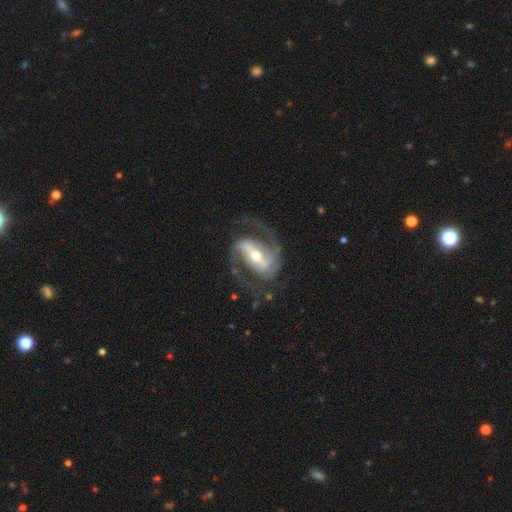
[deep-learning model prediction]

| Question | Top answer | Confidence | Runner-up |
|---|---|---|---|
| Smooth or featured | featured or disk | 91% | smooth (5%) |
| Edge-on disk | no | 96% | yes (4%) |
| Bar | strong | 59% | weak (30%) |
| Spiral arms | yes | 97% | no (3%) |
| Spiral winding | medium | 58% | loose (24%) |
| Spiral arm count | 2 | 92% | can't tell (2%) |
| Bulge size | moderate | 59% | small (34%) |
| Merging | none | 72% | minor disturbance (14%) |